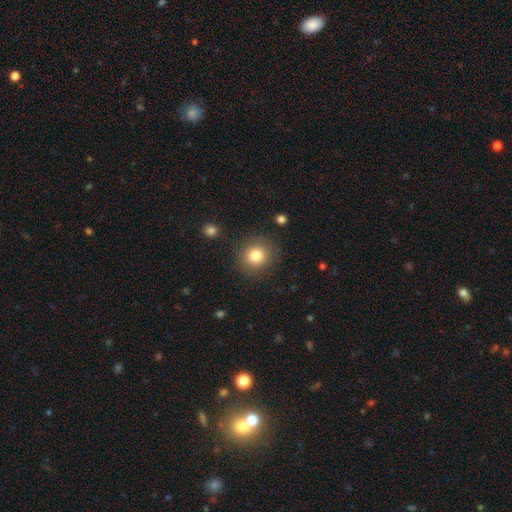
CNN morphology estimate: Overall: smooth (81%). How rounded: round (88%). Merging: none (87%).